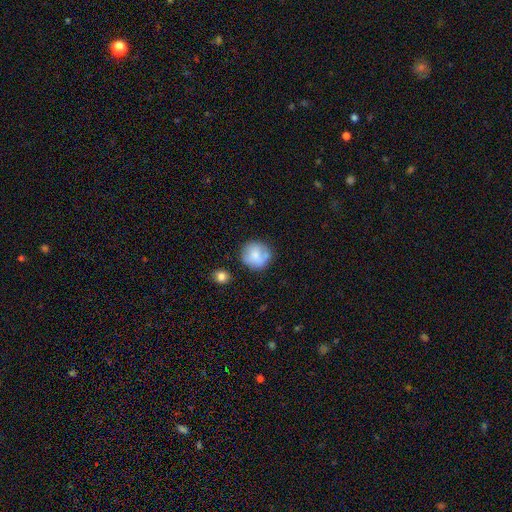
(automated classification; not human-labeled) Smooth or featured? smooth (69%)
How rounded? round (90%)
Merging? none (68%)